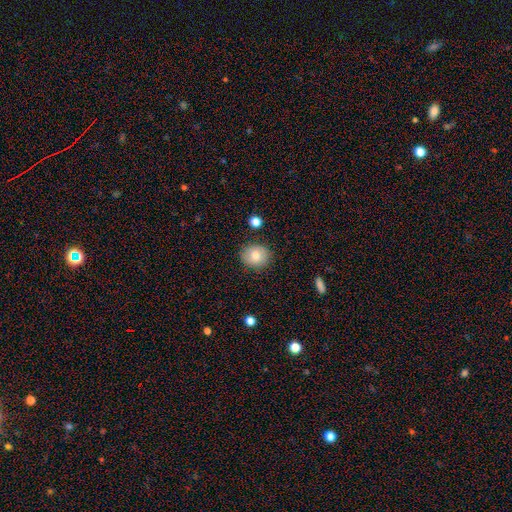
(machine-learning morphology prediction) Smooth or featured: smooth — 80% (featured or disk — 12%)
How rounded: round — 75% (in between — 24%)
Merging: none — 86% (minor disturbance — 10%)